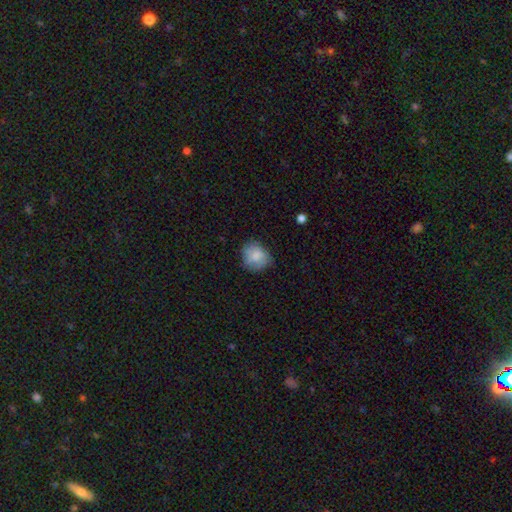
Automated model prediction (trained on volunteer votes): smooth 81%, featured or disk 12%, star or artifact 8%. Down the decision tree: how rounded — round (73%); merging — none (72%).